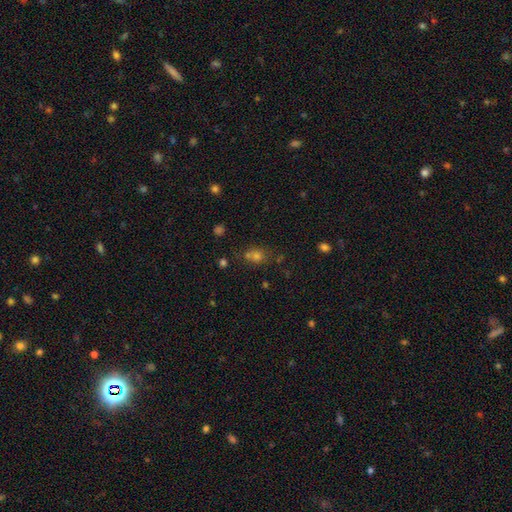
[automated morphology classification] A smooth galaxy with no disk features (59%) that is round (69%).

Vote fractions:
- Smooth or featured? smooth: 59% / star or artifact: 32% / featured or disk: 10%
- How rounded? round: 69% / in between: 29% / cigar-shaped: 2%
- Merging? none: 62% / merger: 21% / minor disturbance: 12% / major disturbance: 5%